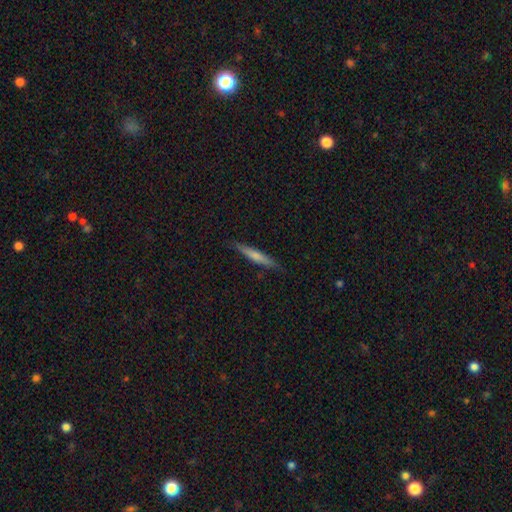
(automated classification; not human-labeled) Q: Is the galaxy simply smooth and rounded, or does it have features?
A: smooth — 61%.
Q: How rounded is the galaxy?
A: cigar-shaped — 93%.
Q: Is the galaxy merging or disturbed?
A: none — 87%.